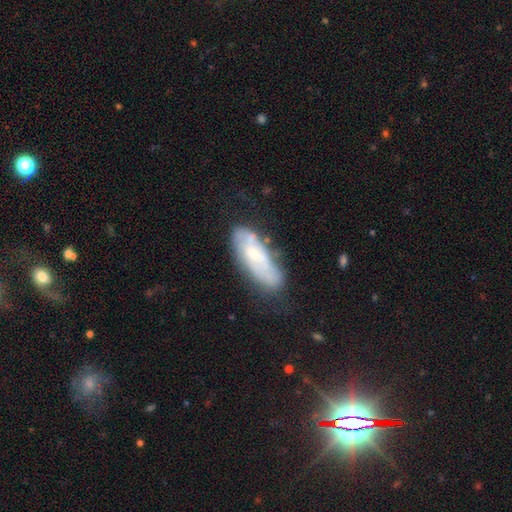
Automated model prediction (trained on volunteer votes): Smooth or featured? featured or disk (53%)
Edge-on disk? no (82%)
Merging? none (61%)